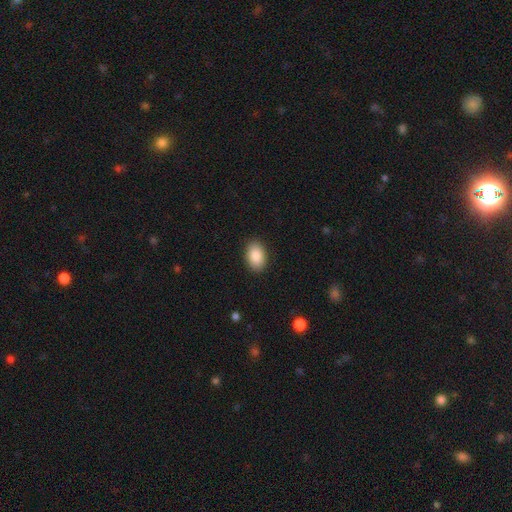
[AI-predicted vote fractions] Overall: smooth (88%). How rounded: in between (88%). Merging: none (89%).